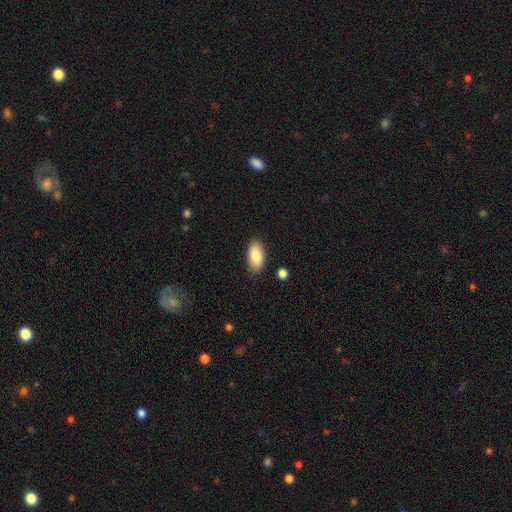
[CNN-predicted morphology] Smooth or featured? Predicted: smooth (p=0.86). How rounded? Predicted: in between (p=0.93). Merging? Predicted: none (p=0.83).